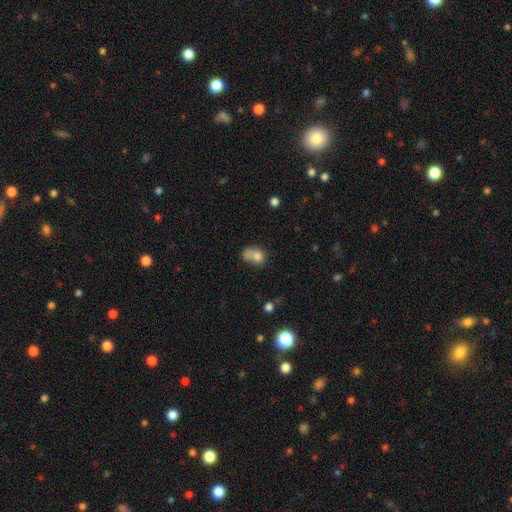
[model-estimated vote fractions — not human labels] Smooth or featured?
  - smooth: 75% *
  - featured or disk: 14%
  - star or artifact: 11%
How rounded?
  - in between: 62% *
  - round: 37%
  - cigar-shaped: 2%
Merging?
  - merger: 38% *
  - none: 28%
  - minor disturbance: 20%
  - major disturbance: 14%